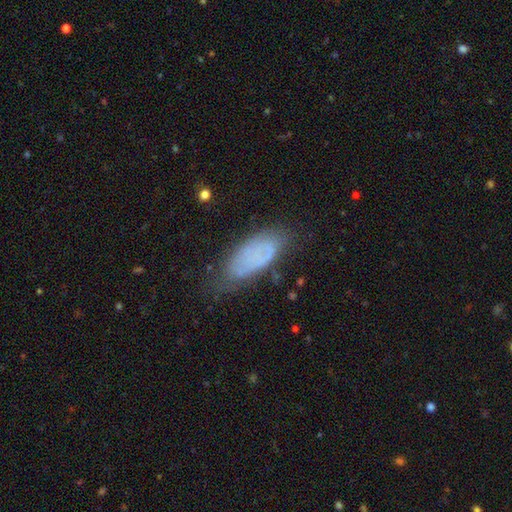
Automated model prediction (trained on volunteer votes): Overall: smooth (59%; featured or disk 29%). How rounded: in between (81%). Merging: none (61%; minor disturbance 27%).